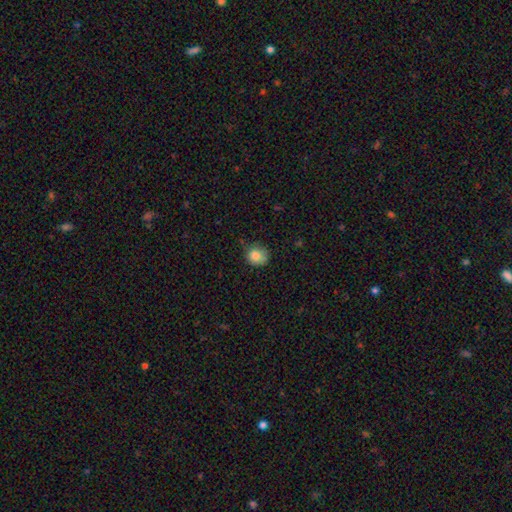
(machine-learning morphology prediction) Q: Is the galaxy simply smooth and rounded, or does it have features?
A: smooth — 83%.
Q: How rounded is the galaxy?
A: round — 81%.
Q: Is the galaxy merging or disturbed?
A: none — 62%.